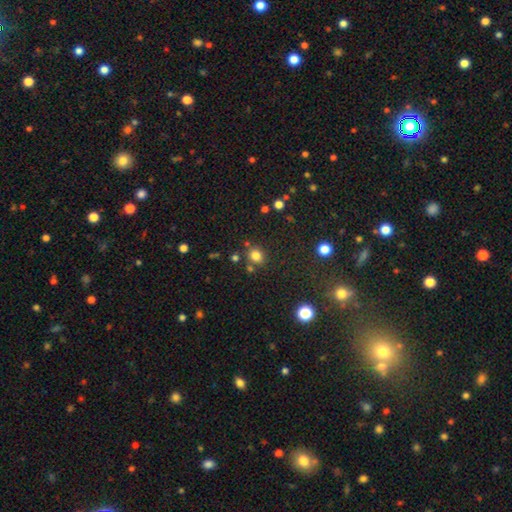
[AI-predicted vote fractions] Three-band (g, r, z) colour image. It shows a smooth galaxy with no disk features (79%) that is round (77%). Merging: none (76%).